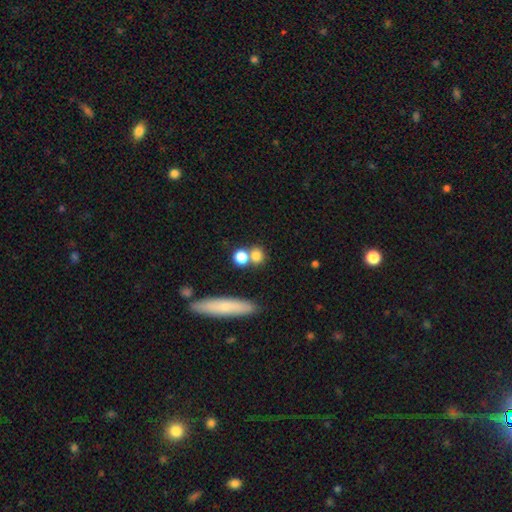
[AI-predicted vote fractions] Overall: smooth (76%). How rounded: round (76%). Merging: none (57%; merger 30%).